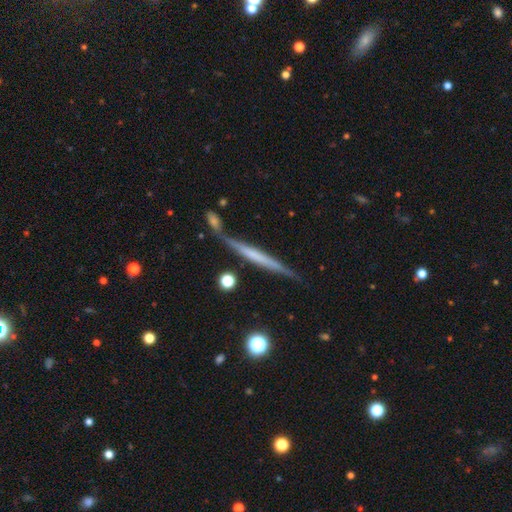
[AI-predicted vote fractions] Overall: featured or disk (59%; smooth 34%). Edge-on disk: yes (94%). Edge-on bulge: none (73%). Merging: none (66%).